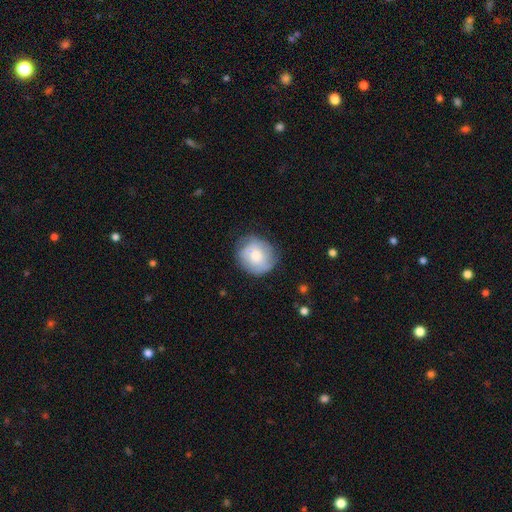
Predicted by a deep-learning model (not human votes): Smooth or featured: smooth — 56% (featured or disk — 37%)
How rounded: round — 78% (in between — 21%)
Merging: none — 72% (minor disturbance — 20%)